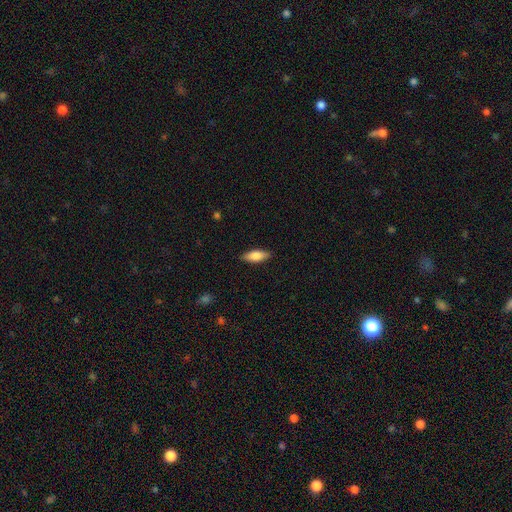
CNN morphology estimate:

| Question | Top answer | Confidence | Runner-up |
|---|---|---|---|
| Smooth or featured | smooth | 77% | featured or disk (17%) |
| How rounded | in between | 69% | cigar-shaped (29%) |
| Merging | none | 88% | minor disturbance (9%) |